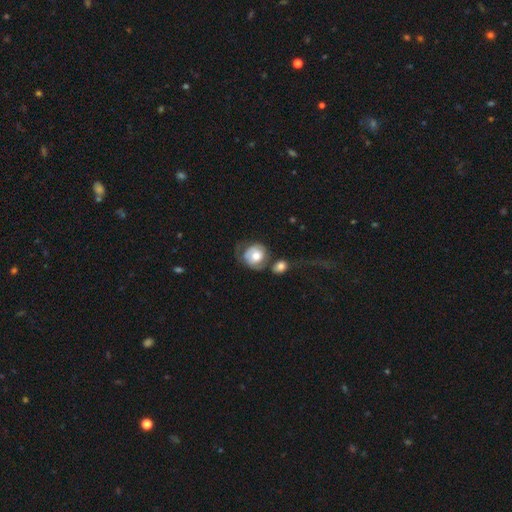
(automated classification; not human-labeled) smooth 55%, featured or disk 39%, star or artifact 6%. Down the decision tree: how rounded — round (81%); merging — none (30%).